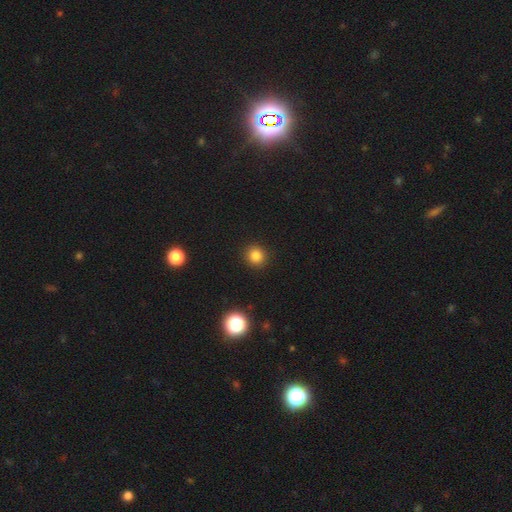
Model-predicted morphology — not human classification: This appears to be a smooth galaxy with no disk features (82%) that is round (92%). Merging: none (92%).